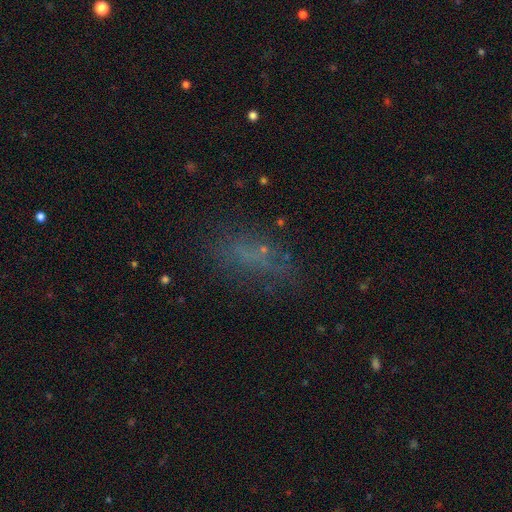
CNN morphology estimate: A smooth galaxy with no disk features (52%) that is in between round and cigar-shaped (72%). Merging: none (58%).